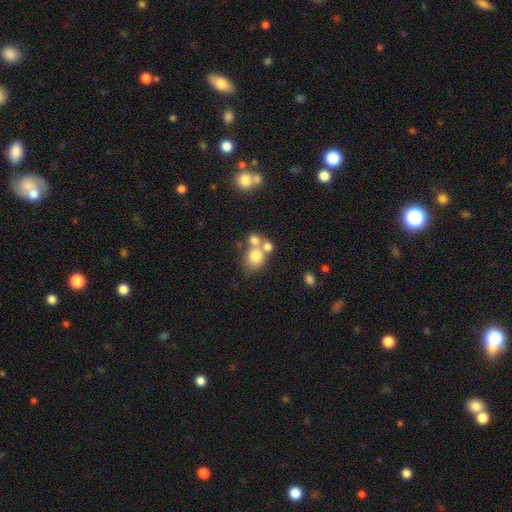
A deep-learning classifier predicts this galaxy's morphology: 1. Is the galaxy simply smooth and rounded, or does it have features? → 72% smooth, 17% featured or disk, 11% star or artifact.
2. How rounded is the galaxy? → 62% round, 37% in between, 1% cigar-shaped.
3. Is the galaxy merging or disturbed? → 51% merger, 34% none, 9% minor disturbance, 6% major disturbance.